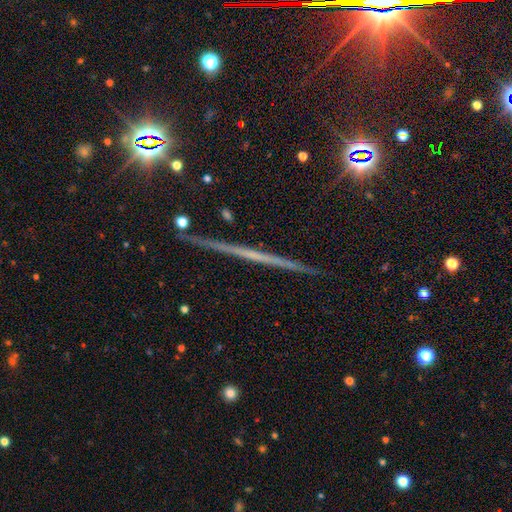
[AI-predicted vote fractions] Smooth or featured: featured or disk — 61% (star or artifact — 21%)
Edge-on disk: yes — 97% (no — 3%)
Edge-on bulge: none — 85% (rounded — 9%)
Merging: none — 91% (minor disturbance — 6%)